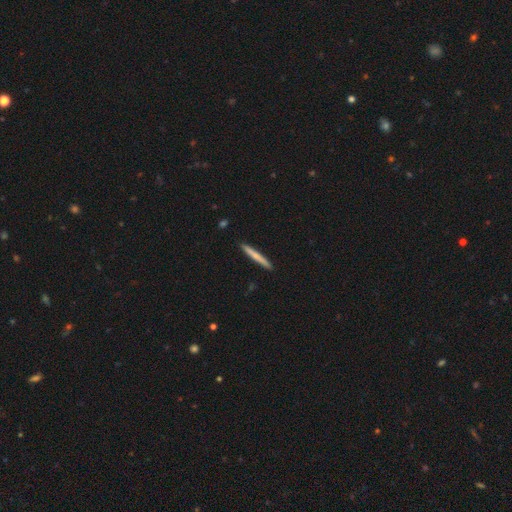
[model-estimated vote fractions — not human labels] This appears to be a smooth galaxy with no disk features (67%) that is cigar-shaped (96%). Merging: none (92%).